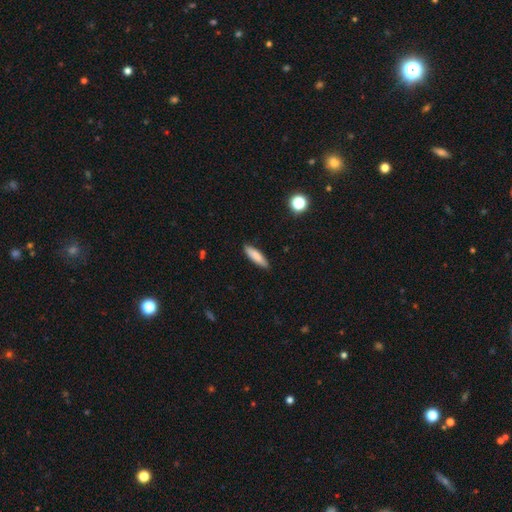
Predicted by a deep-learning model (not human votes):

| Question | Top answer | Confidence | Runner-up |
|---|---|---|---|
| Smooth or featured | smooth | 84% | featured or disk (9%) |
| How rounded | cigar-shaped | 65% | in between (34%) |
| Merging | none | 87% | minor disturbance (10%) |